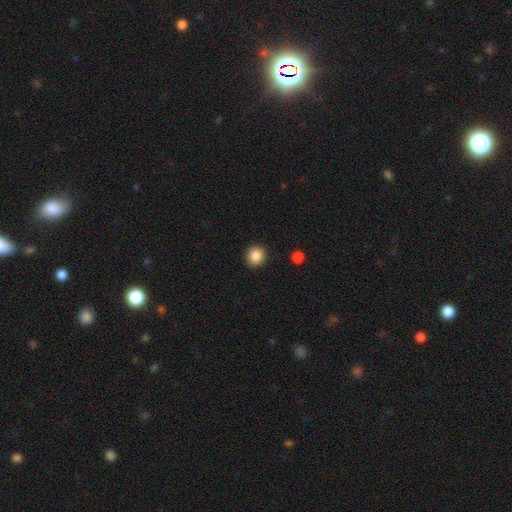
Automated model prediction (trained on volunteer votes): A smooth galaxy with no disk features (87%) that is round (86%). Merging: none (91%).